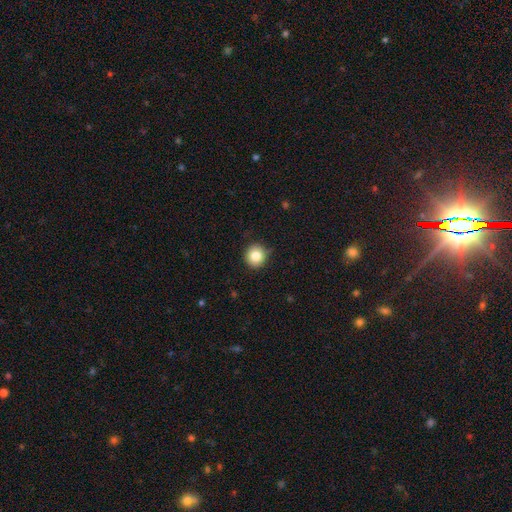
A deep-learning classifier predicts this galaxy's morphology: smooth 83%, star or artifact 10%, featured or disk 7%. Down the decision tree: how rounded — round (92%); merging — none (86%).